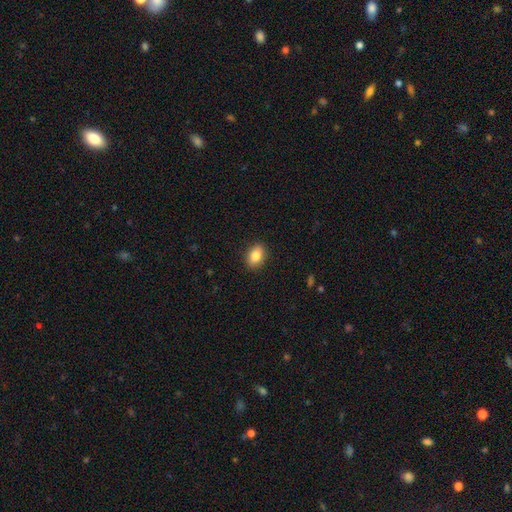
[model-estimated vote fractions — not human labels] smooth_or_featured: smooth (p=0.84) [alt: star or artifact p=0.08]
how_rounded: in between (p=0.82) [alt: round p=0.17]
merging: none (p=0.89) [alt: minor disturbance p=0.08]